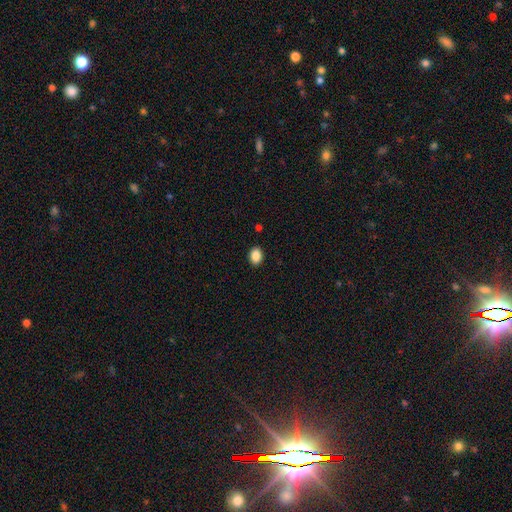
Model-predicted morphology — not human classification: The model was most divided on "how rounded": in between: 70%, round: 29%, cigar-shaped: 1%. More confident: merging — none (90%); smooth or featured — smooth (88%).